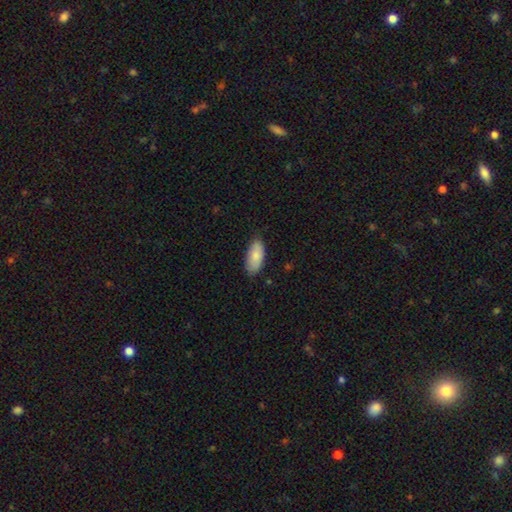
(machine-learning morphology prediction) Smooth or featured: smooth — 83% (featured or disk — 11%)
How rounded: in between — 91% (cigar-shaped — 7%)
Merging: none — 78% (minor disturbance — 18%)